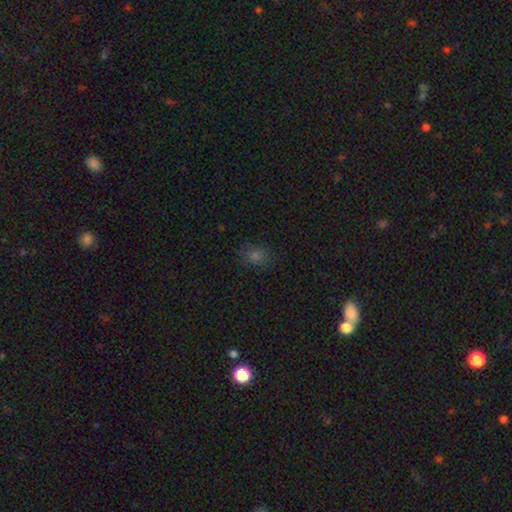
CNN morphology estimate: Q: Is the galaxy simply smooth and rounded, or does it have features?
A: smooth — 68%.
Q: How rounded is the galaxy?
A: round — 53%.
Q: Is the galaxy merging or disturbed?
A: none — 84%.